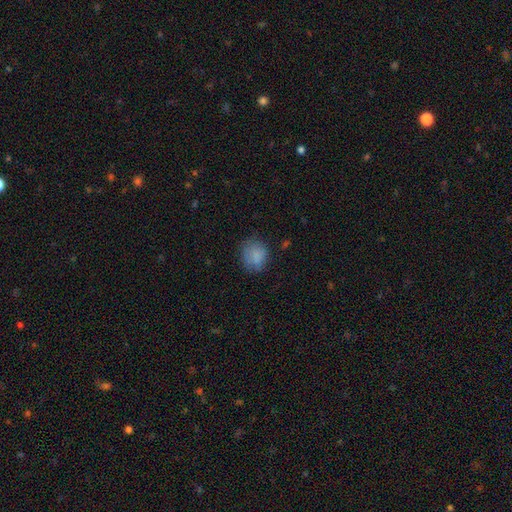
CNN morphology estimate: Smooth or featured? smooth (81%)
How rounded? round (72%)
Merging? none (68%)